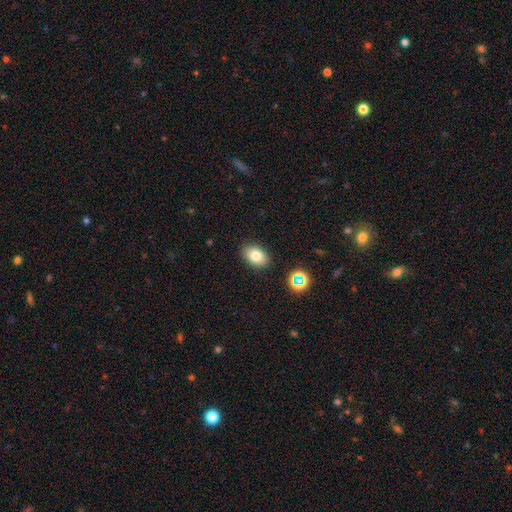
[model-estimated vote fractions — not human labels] Morphology: type=smooth (79%); roundness=in between (80%); merging=none (87%).